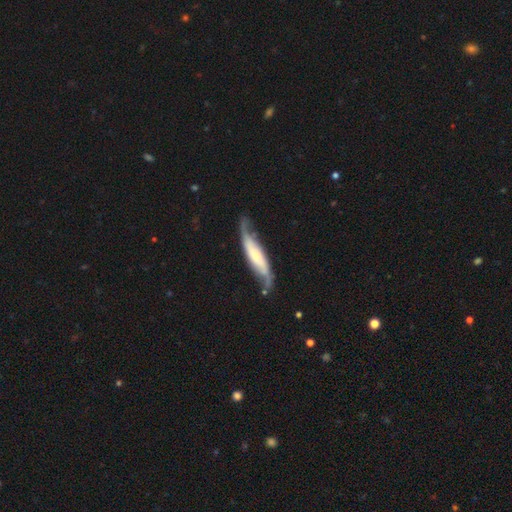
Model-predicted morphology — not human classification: A featured or disk galaxy (72%) with no bar (54%), spiral arms (91%) and a small central bulge (58%).

Vote fractions:
- Smooth or featured? featured or disk: 72% / smooth: 23% / star or artifact: 5%
- Edge-on disk? no: 70% / yes: 30%
- Bar? no: 54% / weak: 27% / strong: 20%
- Spiral arms? yes: 91% / no: 9%
- Bulge size? small: 58% / moderate: 26% / none: 8% / large: 6% / dominant: 3%
- Merging? none: 63% / minor disturbance: 24% / major disturbance: 10% / merger: 3%